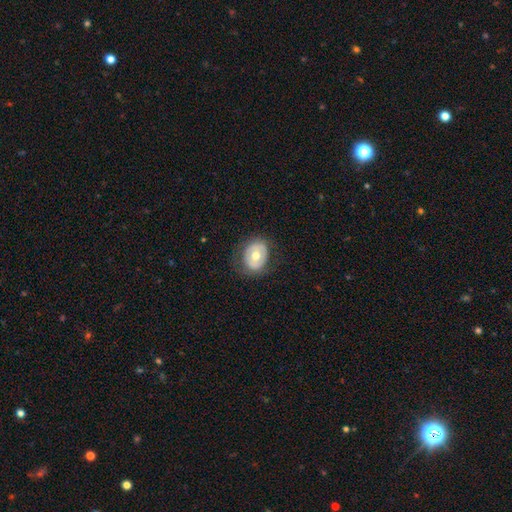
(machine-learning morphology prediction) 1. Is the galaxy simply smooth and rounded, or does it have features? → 50% smooth, 43% featured or disk, 7% star or artifact.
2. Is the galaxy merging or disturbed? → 75% none, 17% minor disturbance, 8% major disturbance, 1% merger.